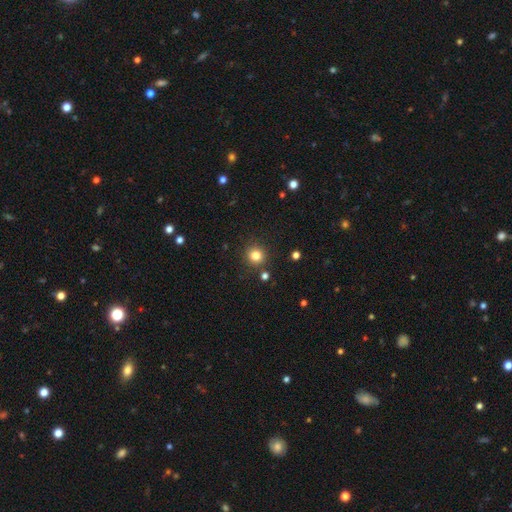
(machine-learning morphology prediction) A smooth galaxy with no disk features (81%) that is round (93%).

Vote fractions:
- Smooth or featured? smooth: 81% / star or artifact: 13% / featured or disk: 5%
- How rounded? round: 93% / in between: 6% / cigar-shaped: 1%
- Merging? none: 88% / minor disturbance: 6% / merger: 3% / major disturbance: 2%